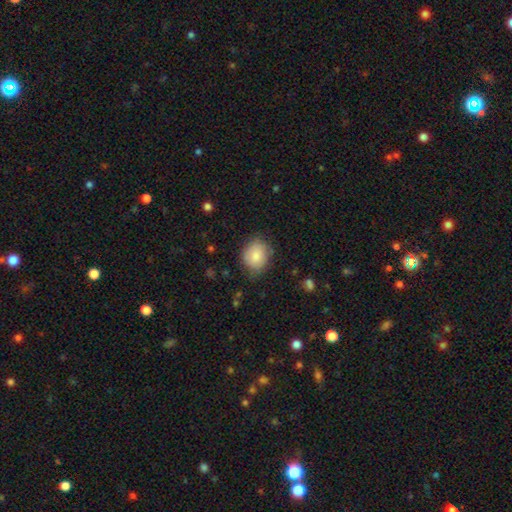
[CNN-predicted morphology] A smooth galaxy with no disk features (82%) that is round (50%).

Vote fractions:
- Smooth or featured? smooth: 82% / featured or disk: 10% / star or artifact: 8%
- How rounded? round: 50% / in between: 49% / cigar-shaped: 1%
- Merging? none: 72% / minor disturbance: 21% / major disturbance: 5% / merger: 1%